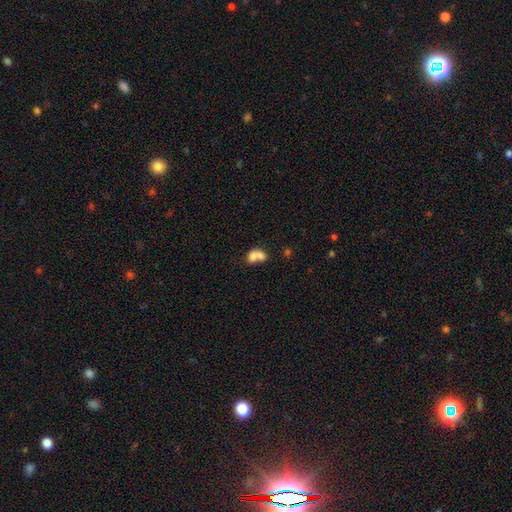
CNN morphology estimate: Overall: smooth (70%). How rounded: in between (57%; round 42%). Merging: merger (74%).